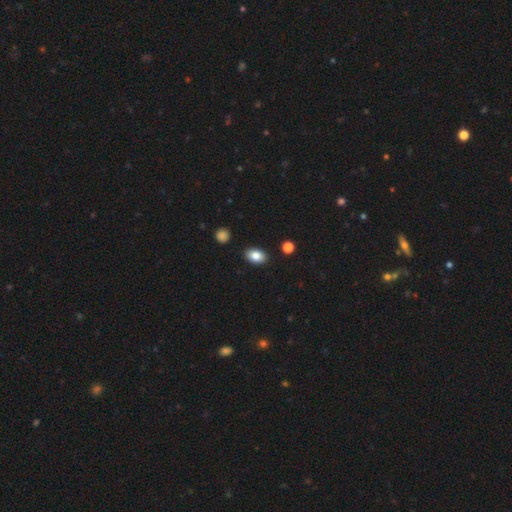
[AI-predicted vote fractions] This appears to be a smooth galaxy with no disk features (84%) that is in between round and cigar-shaped (87%). Merging: none (88%).